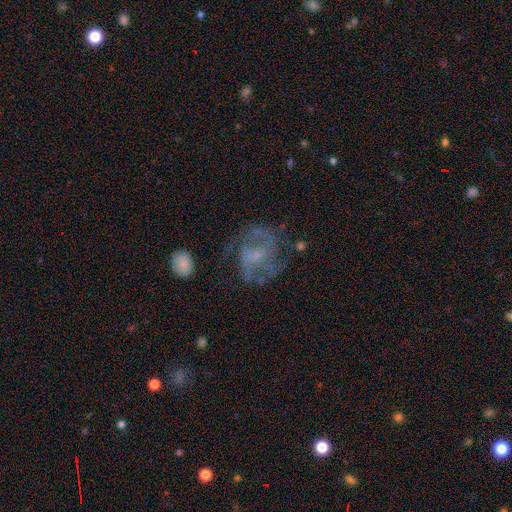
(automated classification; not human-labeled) Smooth or featured?
  - featured or disk: 73% *
  - smooth: 17%
  - star or artifact: 10%
Edge-on disk?
  - no: 98% *
  - yes: 2%
Bar?
  - no: 54% *
  - weak: 38%
  - strong: 8%
Spiral arms?
  - yes: 78% *
  - no: 22%
Spiral winding?
  - medium: 49% *
  - tight: 28%
  - loose: 23%
Spiral arm count?
  - 2: 40% *
  - can't tell: 30%
  - 3: 17%
  - 4: 5%
  - 1: 5%
  - more than 4: 4%
Bulge size?
  - small: 58% *
  - none: 20%
  - moderate: 19%
  - large: 2%
  - dominant: 1%
Merging?
  - none: 59% *
  - major disturbance: 20%
  - minor disturbance: 19%
  - merger: 3%